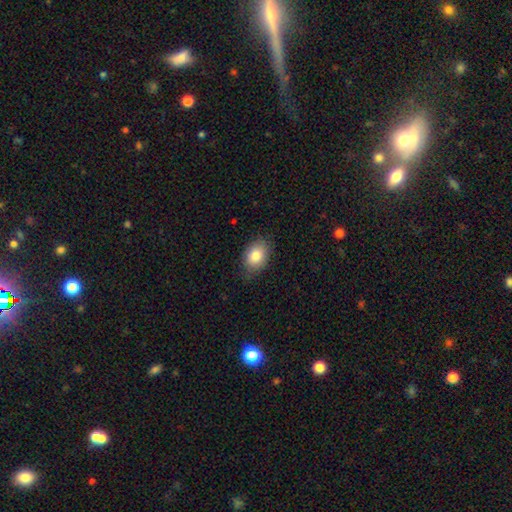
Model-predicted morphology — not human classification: A smooth galaxy with no disk features (82%) that is in between round and cigar-shaped (79%).

Vote fractions:
- Smooth or featured? smooth: 82% / featured or disk: 10% / star or artifact: 8%
- How rounded? in between: 79% / round: 20% / cigar-shaped: 1%
- Merging? none: 78% / minor disturbance: 18% / major disturbance: 3% / merger: 1%